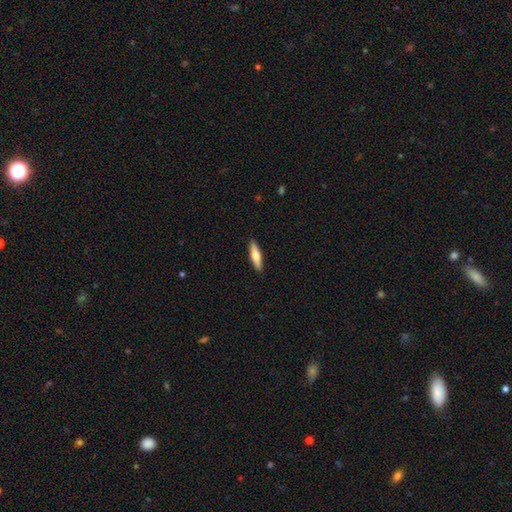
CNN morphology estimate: type=smooth (65%); roundness=cigar-shaped (74%); merging=none (91%).